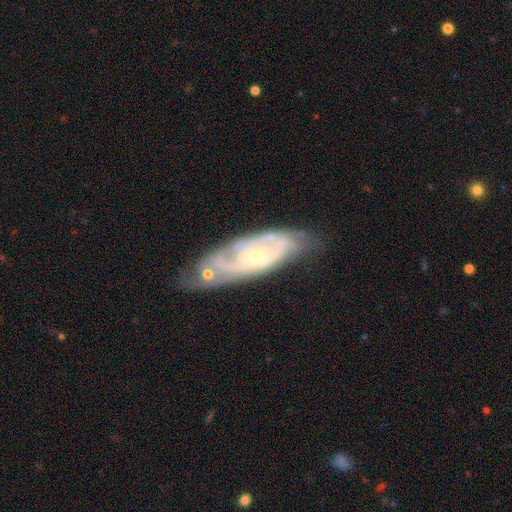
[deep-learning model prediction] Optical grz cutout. It shows a featured or disk galaxy (77%) with no bar (62%), tight (53%) spiral arms (88%) and a small central bulge (63%). Merging: none (58%).